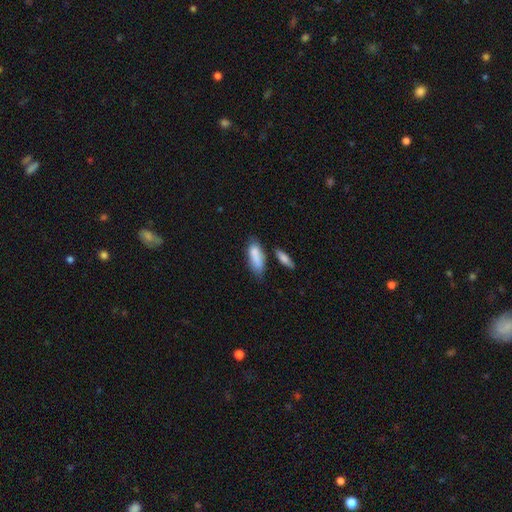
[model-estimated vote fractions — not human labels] Overall: smooth (82%). How rounded: in between (70%). Merging: none (52%; minor disturbance 25%).